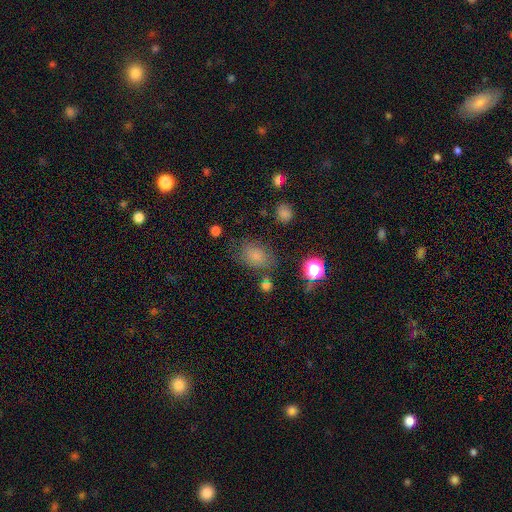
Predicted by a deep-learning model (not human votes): Smooth or featured: smooth — 75% (star or artifact — 16%)
How rounded: in between — 73% (round — 25%)
Merging: none — 69% (minor disturbance — 18%)